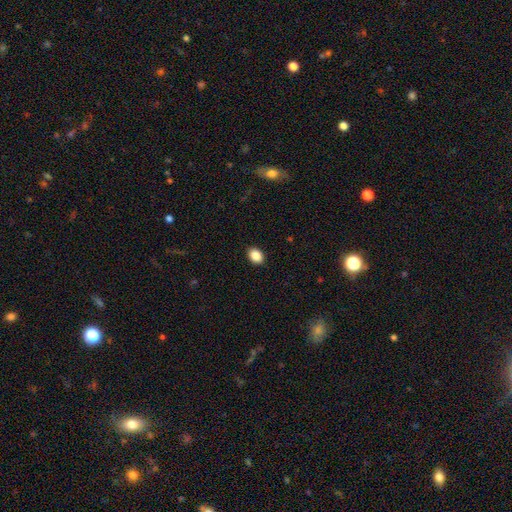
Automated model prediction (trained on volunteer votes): A smooth galaxy with no disk features (88%) that is in between round and cigar-shaped (74%).

Vote fractions:
- Smooth or featured? smooth: 88% / star or artifact: 9% / featured or disk: 4%
- How rounded? in between: 74% / round: 25% / cigar-shaped: 1%
- Merging? none: 90% / minor disturbance: 7% / major disturbance: 2% / merger: 1%